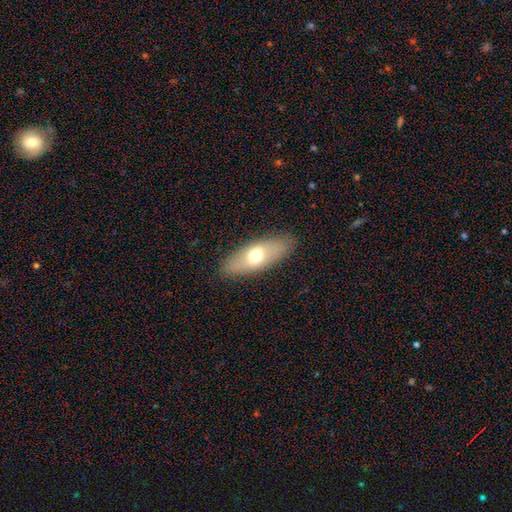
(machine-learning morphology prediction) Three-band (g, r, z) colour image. It shows a smooth galaxy with no disk features (62%) that is in between round and cigar-shaped (74%). Merging: none (87%).